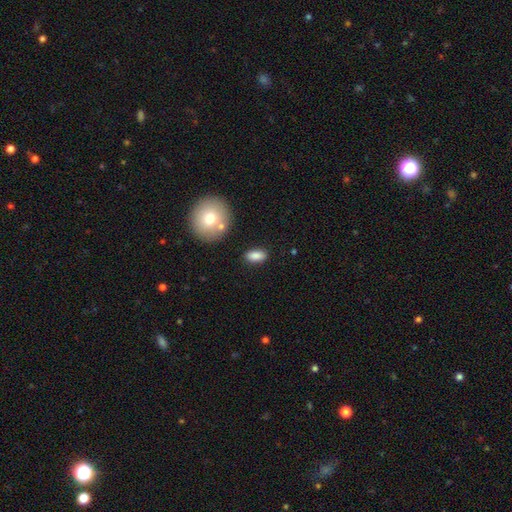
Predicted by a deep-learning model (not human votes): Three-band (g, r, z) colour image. It shows a smooth galaxy with no disk features (85%) that is in between round and cigar-shaped (88%). Merging: none (84%).